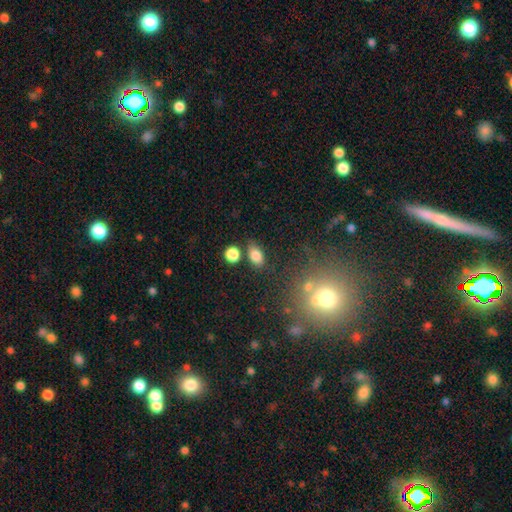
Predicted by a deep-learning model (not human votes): Morphology: type=smooth (82%); roundness=in between (84%); merging=none (74%).